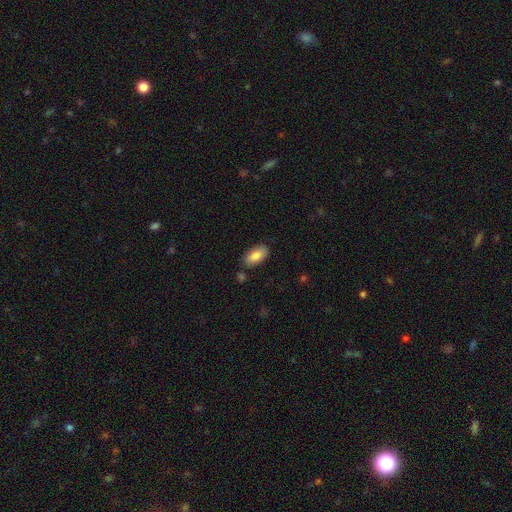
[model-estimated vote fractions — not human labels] Overall: smooth (84%). How rounded: in between (92%). Merging: none (80%).